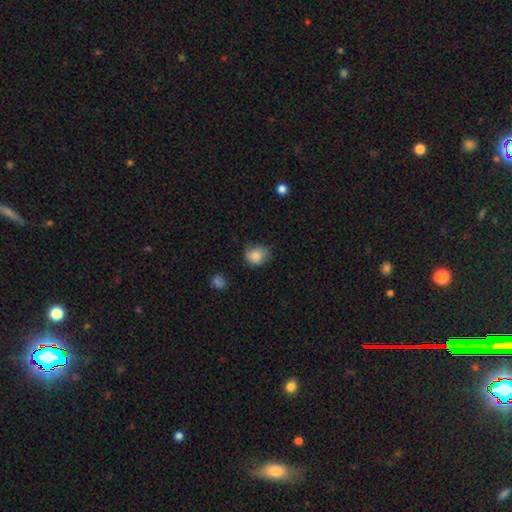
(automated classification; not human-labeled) smooth 84%, star or artifact 9%, featured or disk 7%. Down the decision tree: how rounded — round (69%); merging — none (58%).